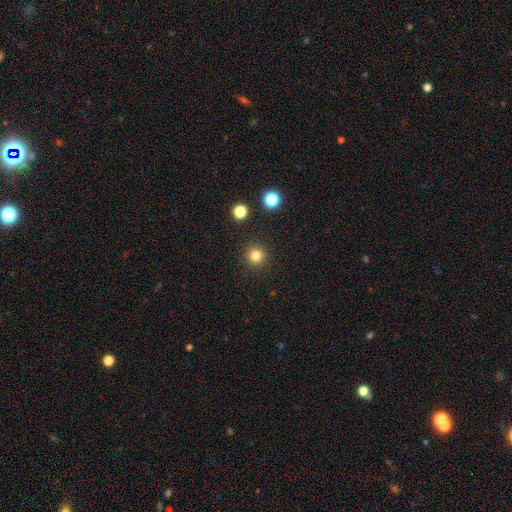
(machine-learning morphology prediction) A smooth galaxy with no disk features (81%) that is round (96%). Merging: none (92%).